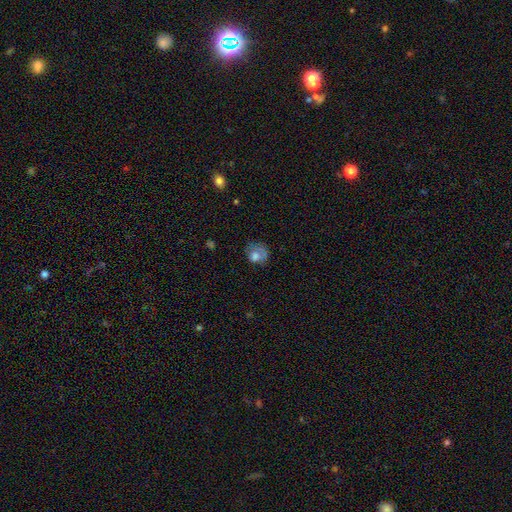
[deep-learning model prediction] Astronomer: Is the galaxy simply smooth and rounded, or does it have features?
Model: smooth — 69%.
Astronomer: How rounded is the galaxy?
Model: round — 65%.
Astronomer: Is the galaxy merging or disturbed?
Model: none — 39% (runner-up: minor disturbance, 29%).